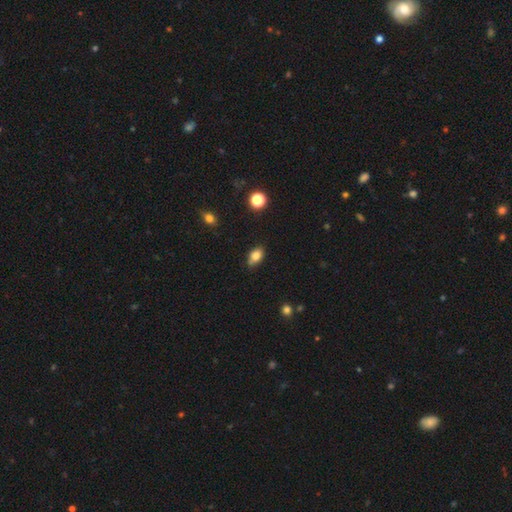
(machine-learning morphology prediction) type=smooth (81%); roundness=in between (84%); merging=none (71%).